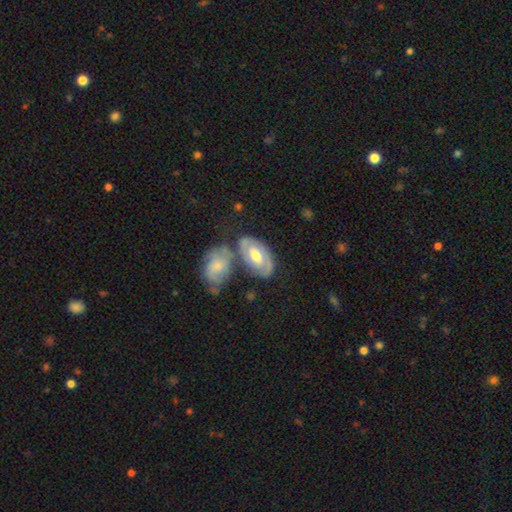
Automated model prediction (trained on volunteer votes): Morphology: type=featured or disk (61%); edge-on=no (92%); bar=no (51%); spiral arms=yes (69%); bulge=moderate (69%); merging=none (51%).